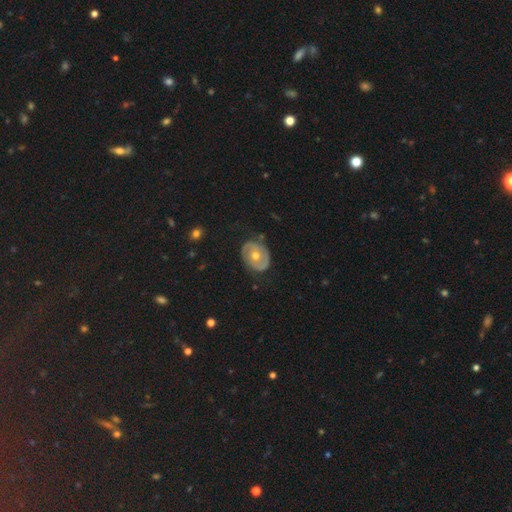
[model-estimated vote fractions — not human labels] This is likely a featured or disk galaxy (64%). It is clearly not viewed edge-on (95%). Bar: likely no (79%). Spiral arm pattern: possibly yes (50%, tied with no). Central bulge: likely moderate (74%). Merging: likely none (77%).